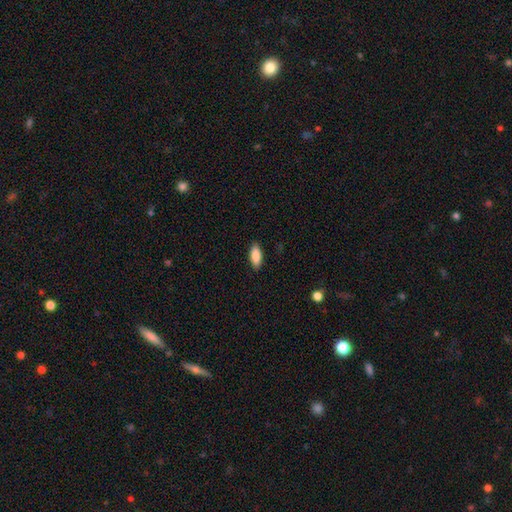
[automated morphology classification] This appears to be a smooth galaxy with no disk features (87%) that is in between round and cigar-shaped (81%). Merging: none (88%).